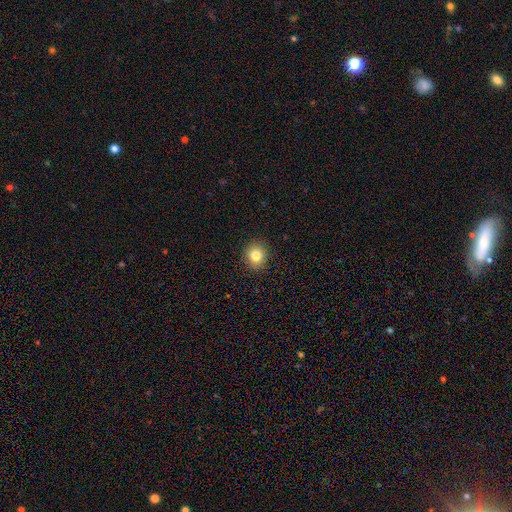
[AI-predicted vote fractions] Overall: smooth (83%). How rounded: round (80%). Merging: none (90%).